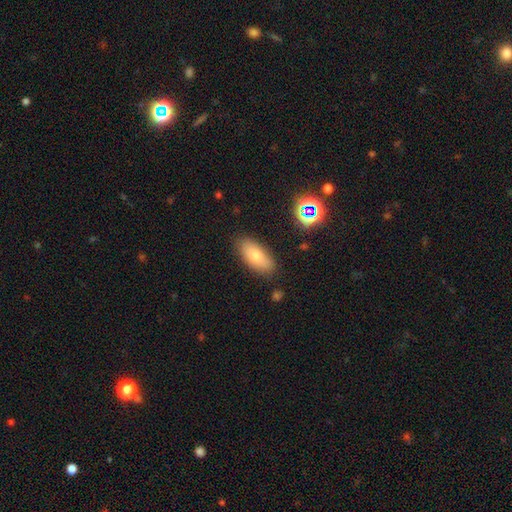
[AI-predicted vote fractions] Overall: smooth (75%). How rounded: in between (87%). Merging: none (83%).